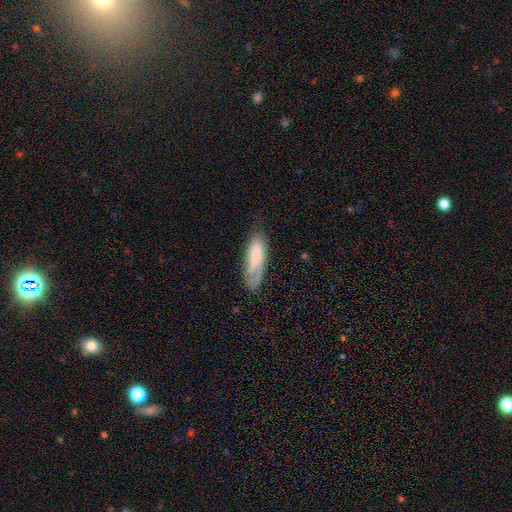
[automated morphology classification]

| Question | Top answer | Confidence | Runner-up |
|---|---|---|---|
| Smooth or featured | smooth | 64% | featured or disk (29%) |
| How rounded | in between | 59% | cigar-shaped (39%) |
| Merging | none | 55% | minor disturbance (29%) |